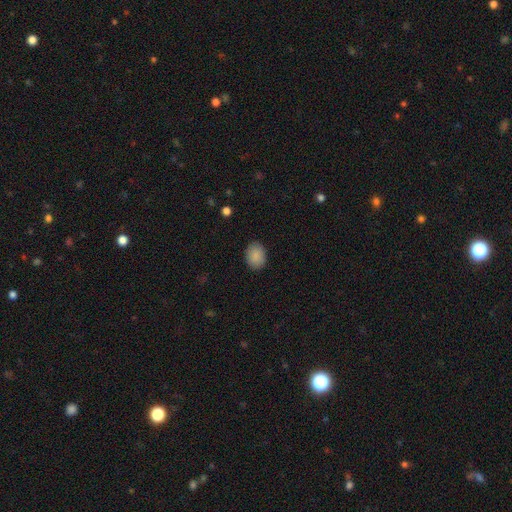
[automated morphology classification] The model was most divided on "how rounded": in between: 63%, round: 36%, cigar-shaped: 1%. More confident: smooth or featured — smooth (89%); merging — none (88%).